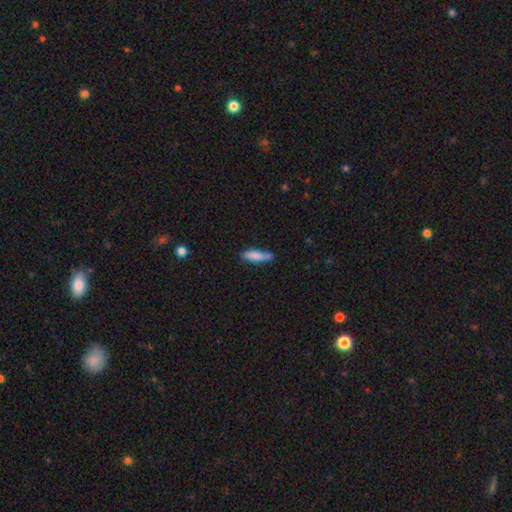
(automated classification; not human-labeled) The model was most divided on "how rounded": cigar-shaped: 64%, in between: 35%, round: 2%. More confident: smooth or featured — smooth (80%); merging — none (70%).